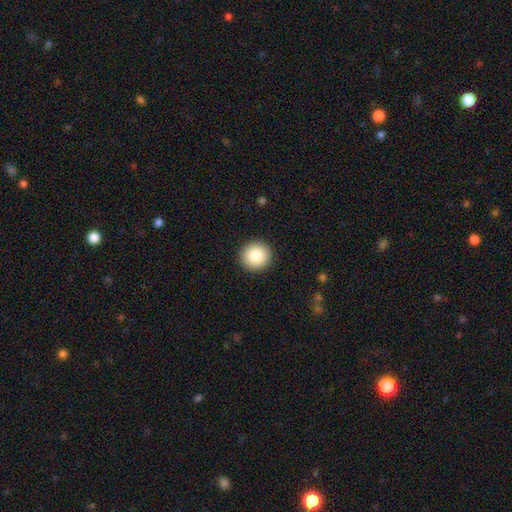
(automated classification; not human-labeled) Overall: smooth (84%). How rounded: round (94%). Merging: none (93%).